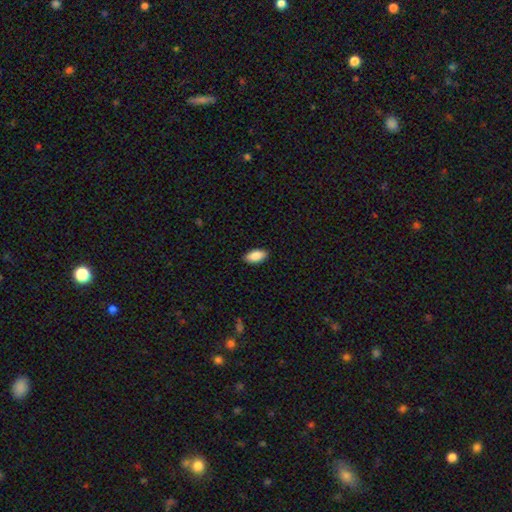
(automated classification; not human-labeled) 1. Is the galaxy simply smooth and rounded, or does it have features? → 89% smooth, 6% star or artifact, 5% featured or disk.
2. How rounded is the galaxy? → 93% in between, 5% cigar-shaped, 2% round.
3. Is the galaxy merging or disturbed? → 89% none, 8% minor disturbance, 2% major disturbance, 1% merger.